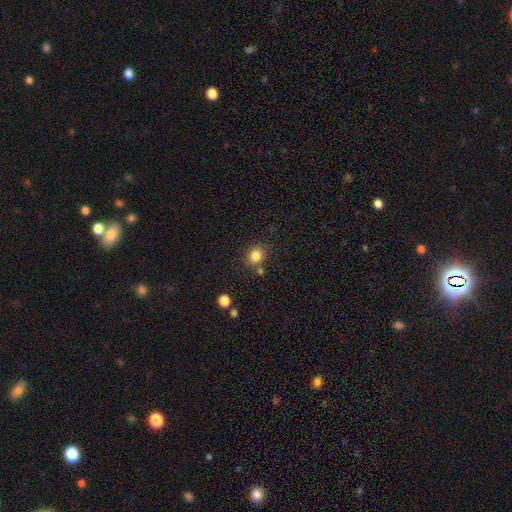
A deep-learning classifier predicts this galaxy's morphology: Smooth or featured?
  - smooth: 83% *
  - star or artifact: 11%
  - featured or disk: 6%
How rounded?
  - round: 59% *
  - in between: 40%
  - cigar-shaped: 1%
Merging?
  - none: 73% *
  - minor disturbance: 14%
  - merger: 9%
  - major disturbance: 4%